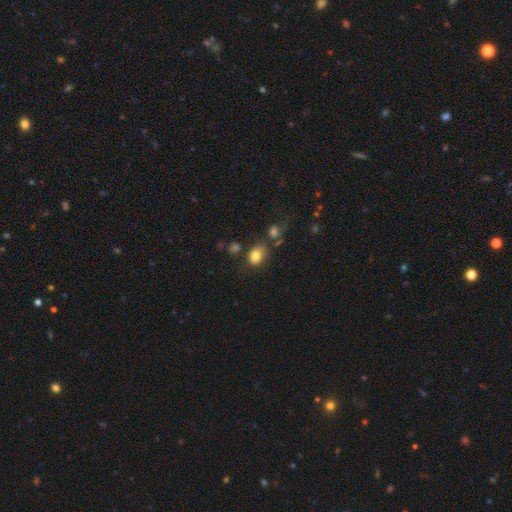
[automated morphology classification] Smooth or featured?
  - smooth: 81% *
  - star or artifact: 11%
  - featured or disk: 8%
How rounded?
  - in between: 62% *
  - round: 37%
  - cigar-shaped: 1%
Merging?
  - none: 62% *
  - minor disturbance: 19%
  - merger: 12%
  - major disturbance: 8%